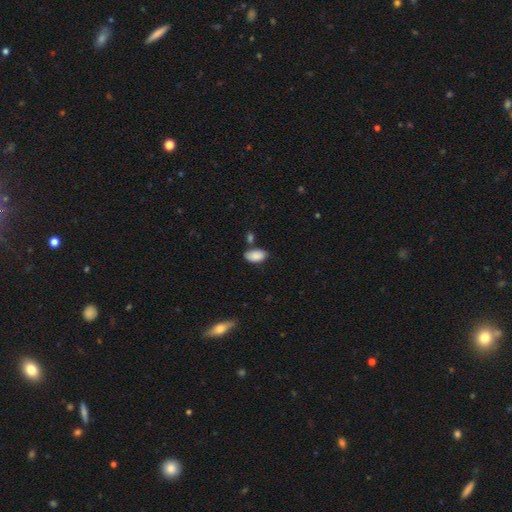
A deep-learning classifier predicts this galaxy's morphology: The model was most divided on "merging": none: 69%, minor disturbance: 17%, merger: 10%, major disturbance: 4%. More confident: how rounded — in between (95%); smooth or featured — smooth (88%).